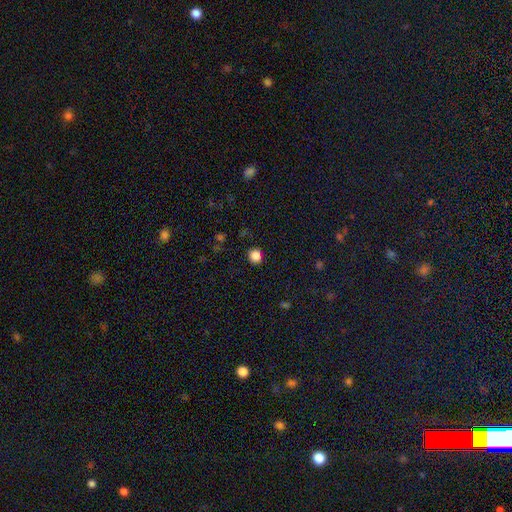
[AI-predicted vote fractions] This is clearly a smooth galaxy (85%). How rounded: clearly round (87%). Merging: clearly none (89%).